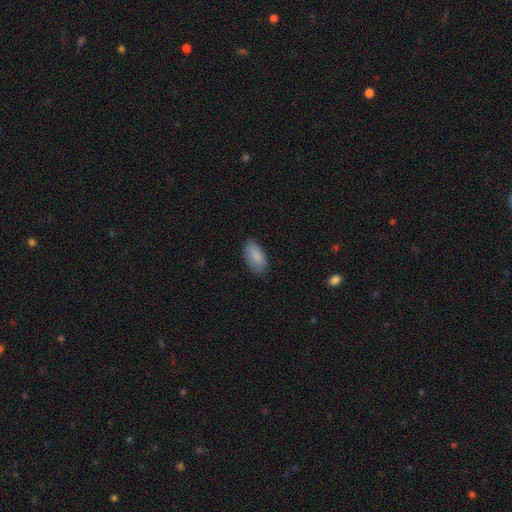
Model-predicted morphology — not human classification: smooth 86%, featured or disk 8%, star or artifact 6%. Down the decision tree: how rounded — in between (93%); merging — none (82%).